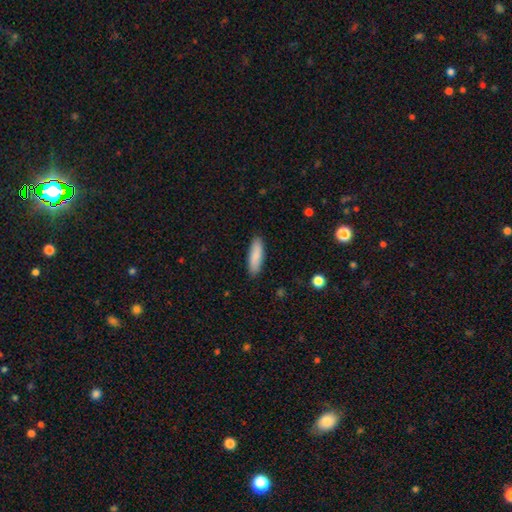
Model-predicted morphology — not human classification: smooth_or_featured: smooth (p=0.88) [alt: featured or disk p=0.07]
how_rounded: cigar-shaped (p=0.53) [alt: in between p=0.45]
merging: none (p=0.89) [alt: minor disturbance p=0.08]